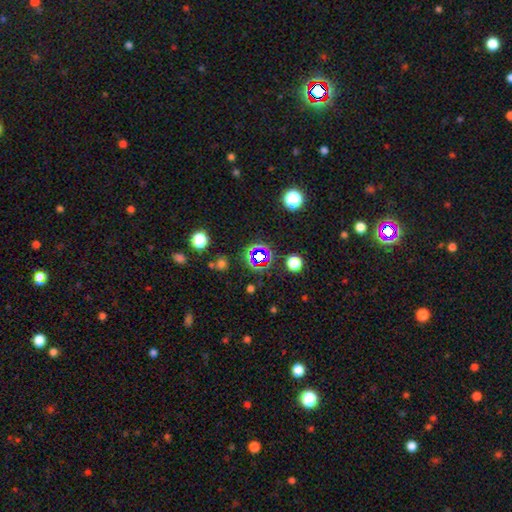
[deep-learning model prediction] This is likely a star or artifact rather than a galaxy (62%).